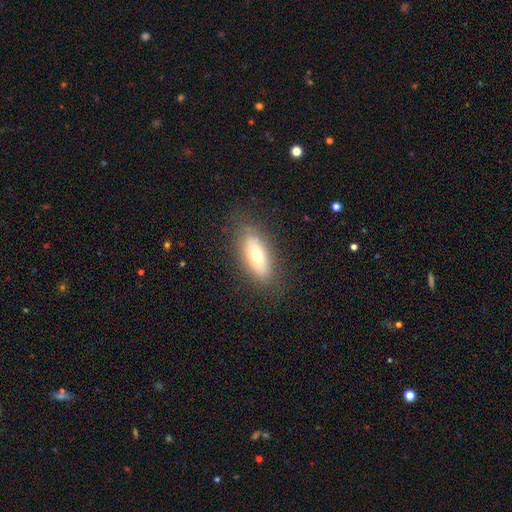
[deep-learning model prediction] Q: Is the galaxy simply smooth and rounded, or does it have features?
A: smooth — 61%.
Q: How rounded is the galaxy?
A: in between — 77%.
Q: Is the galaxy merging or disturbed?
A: none — 82%.